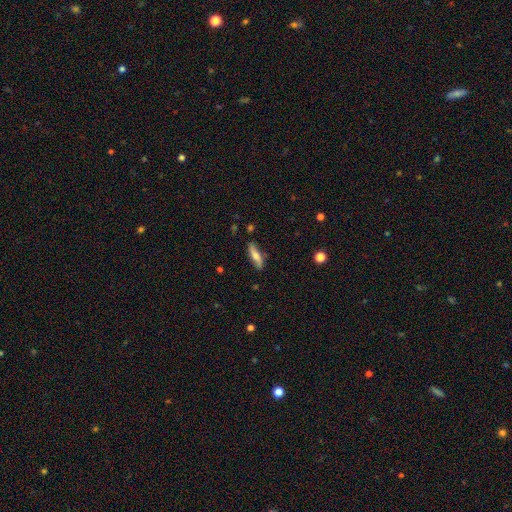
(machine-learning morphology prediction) smooth_or_featured: smooth (p=0.57) [alt: featured or disk p=0.36]
how_rounded: cigar-shaped (p=0.60) [alt: in between p=0.37]
merging: none (p=0.82) [alt: minor disturbance p=0.14]